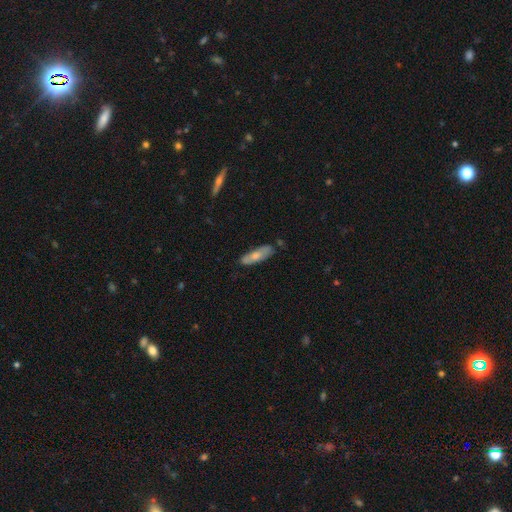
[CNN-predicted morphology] A smooth galaxy with no disk features (62%) that is in between round and cigar-shaped (51%).

Vote fractions:
- Smooth or featured? smooth: 62% / featured or disk: 33% / star or artifact: 6%
- How rounded? in between: 51% / cigar-shaped: 47% / round: 2%
- Merging? none: 71% / minor disturbance: 21% / major disturbance: 4% / merger: 4%